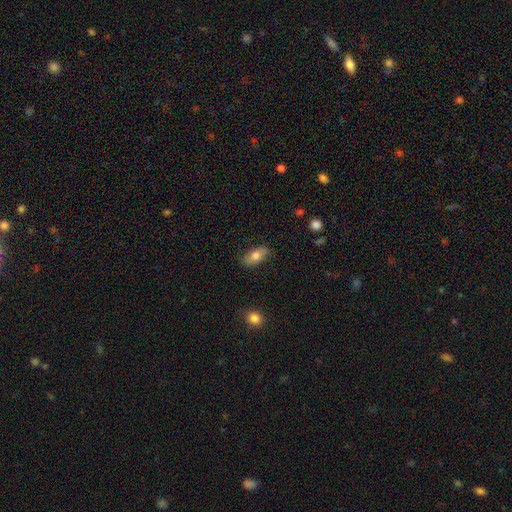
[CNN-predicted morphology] Smooth or featured? Predicted: smooth (p=0.72). How rounded? Predicted: in between (p=0.86). Merging? Predicted: none (p=0.84).